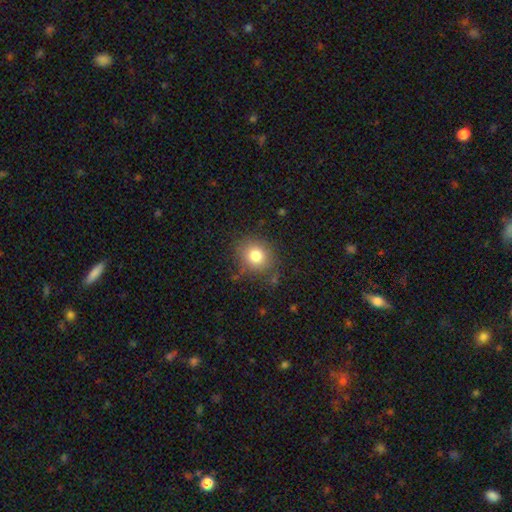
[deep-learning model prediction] Overall: smooth (80%). How rounded: round (78%). Merging: none (80%).